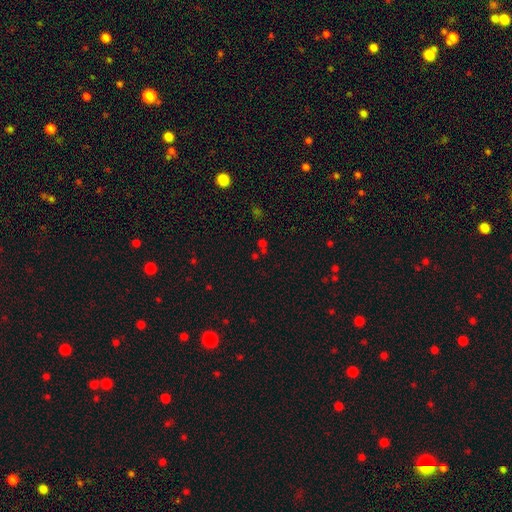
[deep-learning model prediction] Smooth or featured? Predicted: star or artifact (p=0.51).